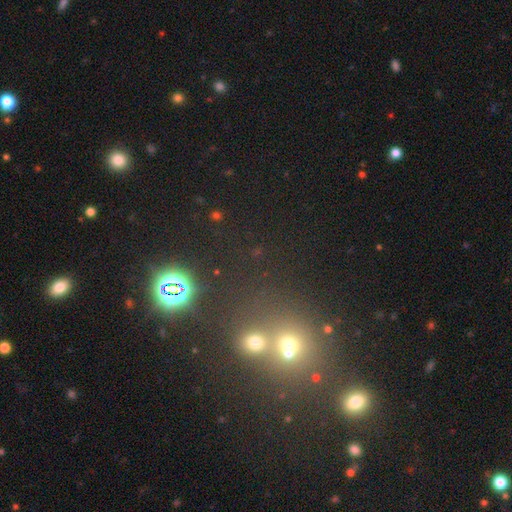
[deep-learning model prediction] smooth-or-featured: star or artifact: 52% | smooth: 38% | featured or disk: 11%